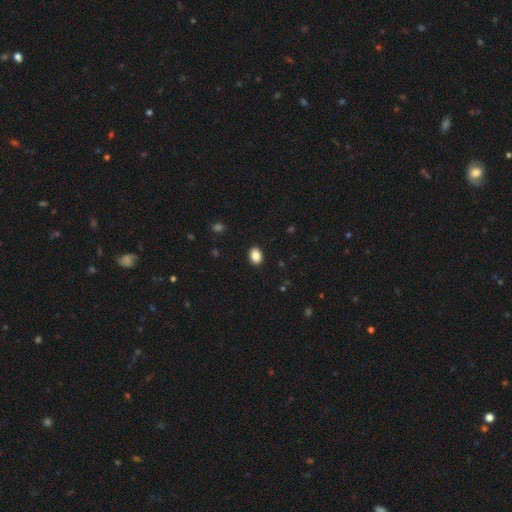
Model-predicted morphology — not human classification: Q: Smooth or featured?
A: smooth (88%); runner-up: star or artifact (9%)
Q: How rounded?
A: in between (72%); runner-up: round (27%)
Q: Merging?
A: none (91%); runner-up: minor disturbance (6%)